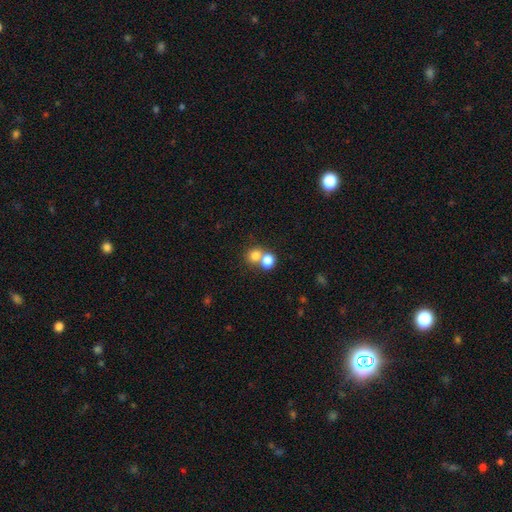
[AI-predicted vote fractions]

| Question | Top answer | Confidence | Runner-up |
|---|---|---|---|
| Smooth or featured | smooth | 78% | star or artifact (12%) |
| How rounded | round | 70% | in between (29%) |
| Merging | merger | 53% | none (38%) |